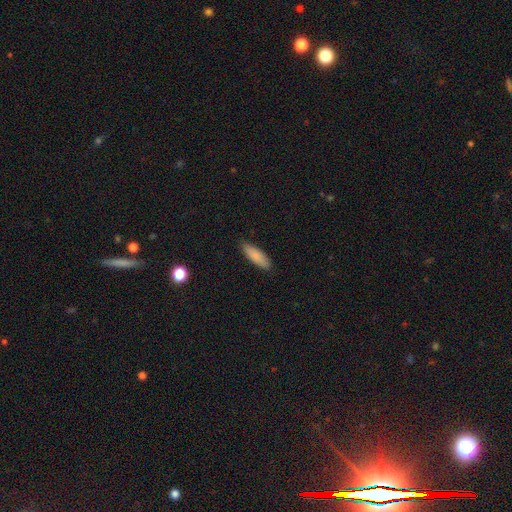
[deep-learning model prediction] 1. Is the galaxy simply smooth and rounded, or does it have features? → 85% smooth, 9% featured or disk, 6% star or artifact.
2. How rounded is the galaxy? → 50% in between, 48% cigar-shaped, 2% round.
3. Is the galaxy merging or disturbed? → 86% none, 11% minor disturbance, 2% major disturbance, 1% merger.